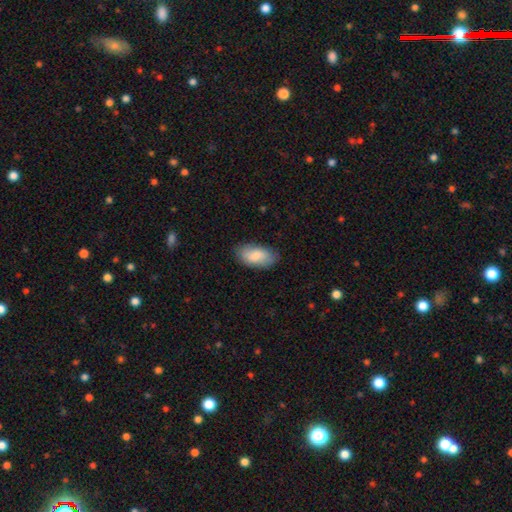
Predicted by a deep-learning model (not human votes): Smooth or featured? Predicted: smooth (p=0.80). How rounded? Predicted: in between (p=0.94). Merging? Predicted: none (p=0.81).